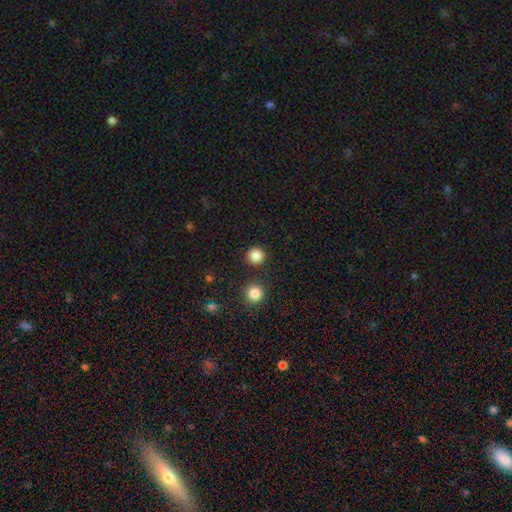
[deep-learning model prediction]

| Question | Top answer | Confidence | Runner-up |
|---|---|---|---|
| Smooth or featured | smooth | 86% | star or artifact (11%) |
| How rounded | round | 95% | in between (4%) |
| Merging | none | 90% | minor disturbance (5%) |